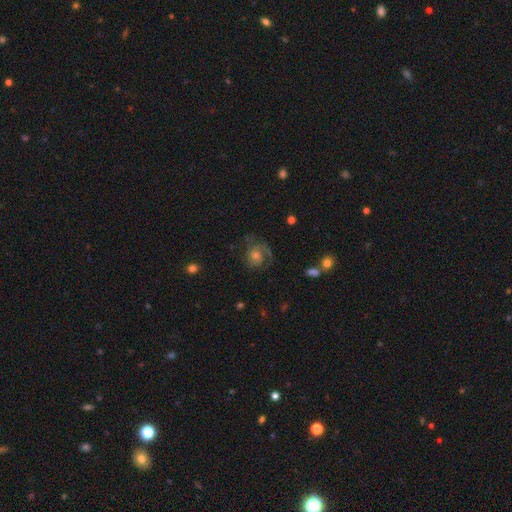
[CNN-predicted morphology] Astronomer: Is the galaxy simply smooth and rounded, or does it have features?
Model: featured or disk — 69%.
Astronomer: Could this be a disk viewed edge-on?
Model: no — 98%.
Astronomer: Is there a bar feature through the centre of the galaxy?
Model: no — 73%.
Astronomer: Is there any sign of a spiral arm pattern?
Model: yes — 92%.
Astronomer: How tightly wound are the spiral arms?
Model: medium — 42% (runner-up: tight, 40%).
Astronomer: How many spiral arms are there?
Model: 2 — 40% (runner-up: 1, 32%).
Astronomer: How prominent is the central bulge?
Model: moderate — 54%.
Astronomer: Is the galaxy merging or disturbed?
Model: none — 65%.